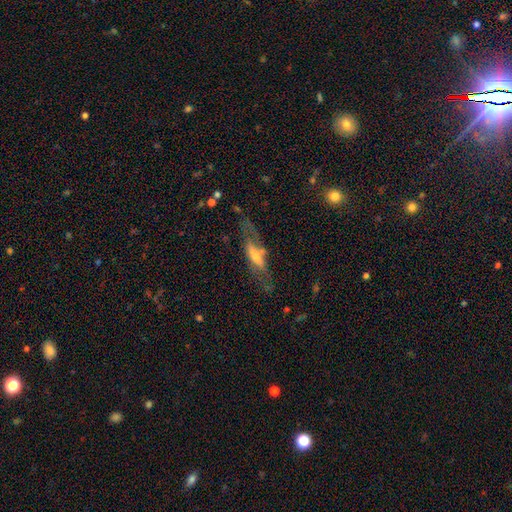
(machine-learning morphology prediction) This appears to be a featured or disk galaxy (61%). Merging: none (59%).